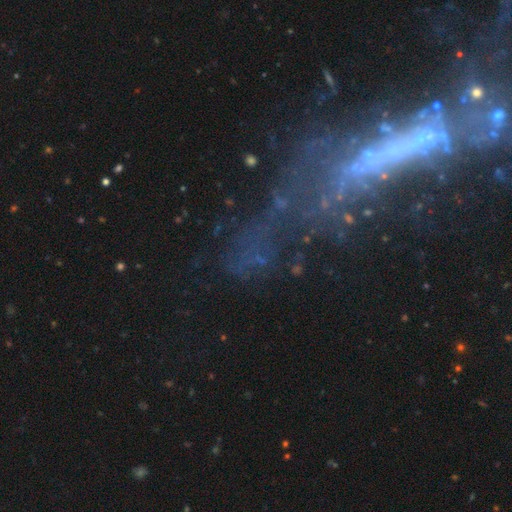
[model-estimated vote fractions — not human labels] smooth-or-featured: featured or disk: 49% | star or artifact: 35% | smooth: 17%
  merging: major disturbance: 39% | none: 35% | minor disturbance: 14% | merger: 11%